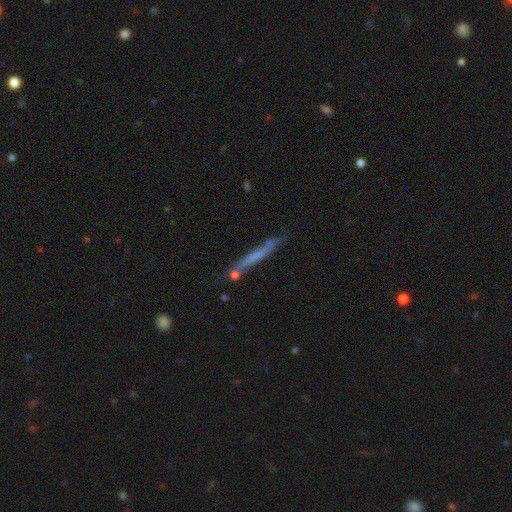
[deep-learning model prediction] This is possibly a featured or disk galaxy (48%). Merging: likely none (71%).